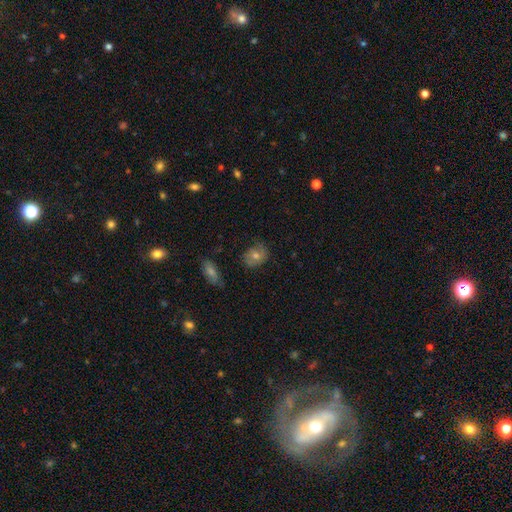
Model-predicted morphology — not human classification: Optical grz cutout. It shows a smooth galaxy with no disk features (45%). Merging: none (73%).